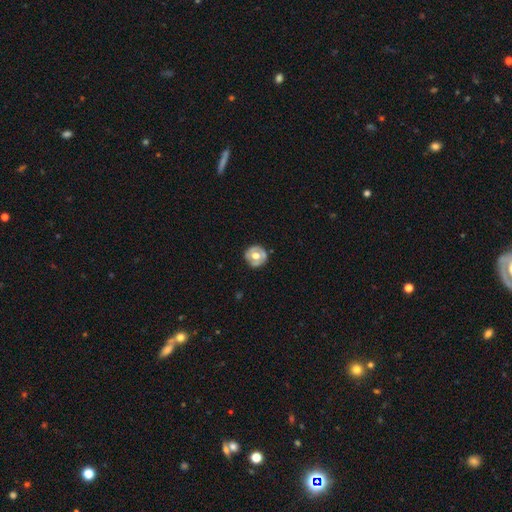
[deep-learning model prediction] Smooth or featured: featured or disk — 48% (smooth — 45%)
Merging: none — 81% (minor disturbance — 14%)